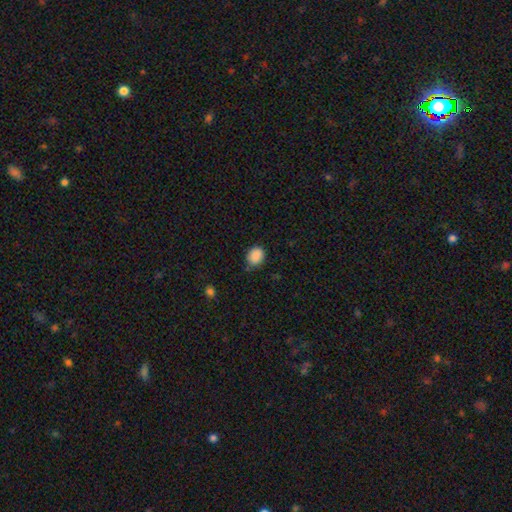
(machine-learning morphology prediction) Smooth or featured: smooth — 88% (star or artifact — 9%)
How rounded: round — 61% (in between — 38%)
Merging: none — 72% (minor disturbance — 21%)